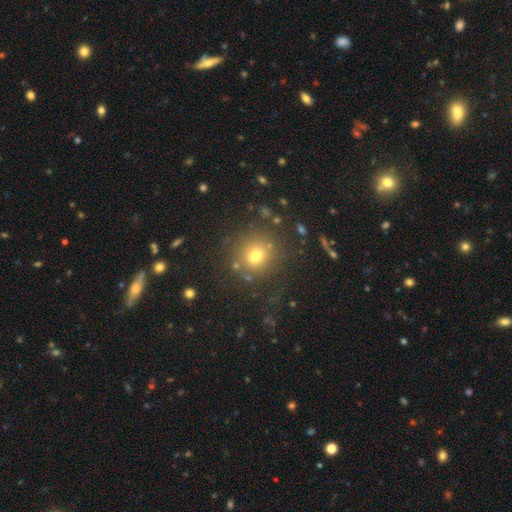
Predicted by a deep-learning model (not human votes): Overall: smooth (69%). How rounded: round (83%). Merging: none (79%).